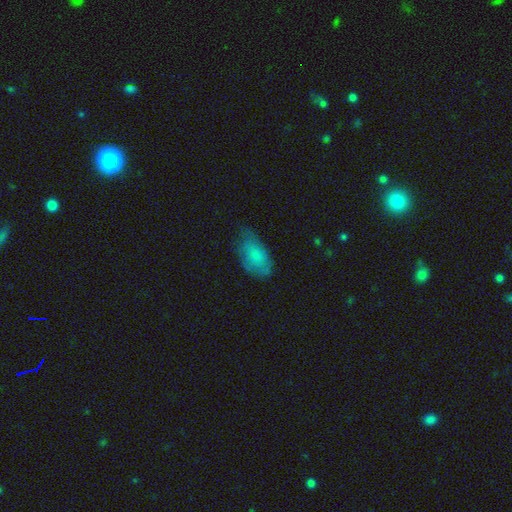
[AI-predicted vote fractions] Smooth or featured?
  - smooth: 75% *
  - featured or disk: 18%
  - star or artifact: 7%
How rounded?
  - in between: 92% *
  - round: 5%
  - cigar-shaped: 3%
Merging?
  - none: 53% *
  - minor disturbance: 34%
  - major disturbance: 11%
  - merger: 2%